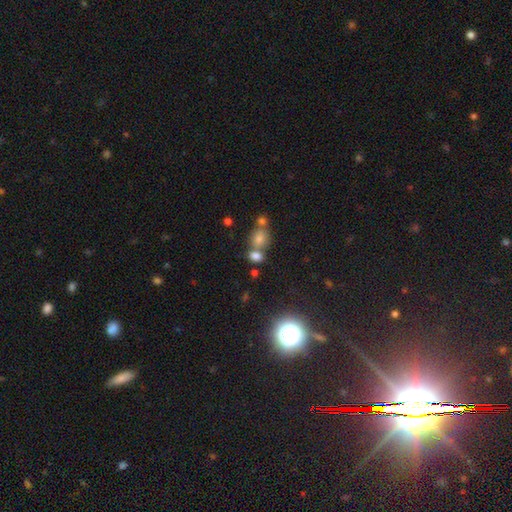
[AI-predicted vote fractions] A smooth galaxy with no disk features (71%) that is in between round and cigar-shaped (61%). Merging: none (49%).